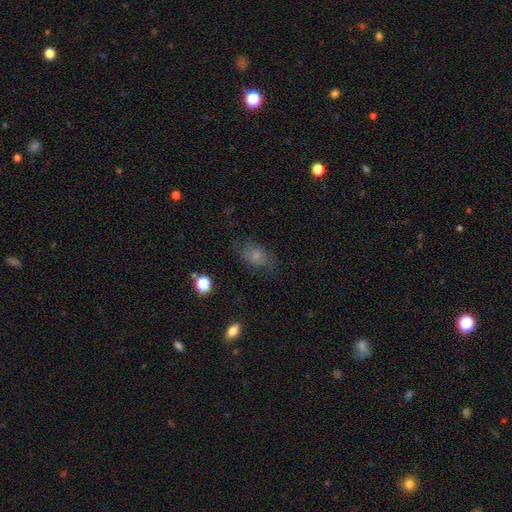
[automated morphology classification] Smooth or featured?
  - smooth: 61% *
  - featured or disk: 25%
  - star or artifact: 14%
How rounded?
  - in between: 78% *
  - round: 19%
  - cigar-shaped: 2%
Merging?
  - none: 66% *
  - minor disturbance: 22%
  - major disturbance: 11%
  - merger: 2%